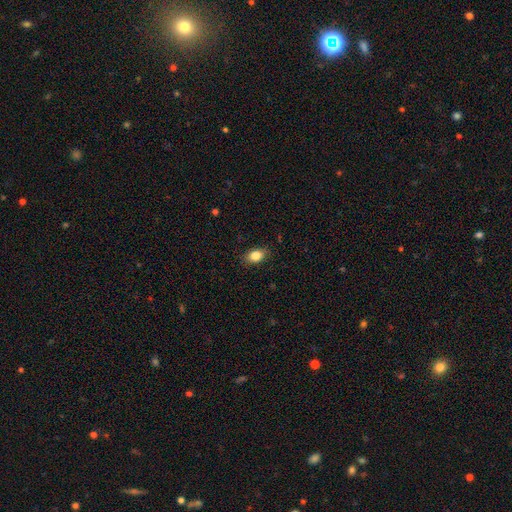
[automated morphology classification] This appears to be a smooth galaxy with no disk features (84%) that is in between round and cigar-shaped (81%). Merging: none (85%).